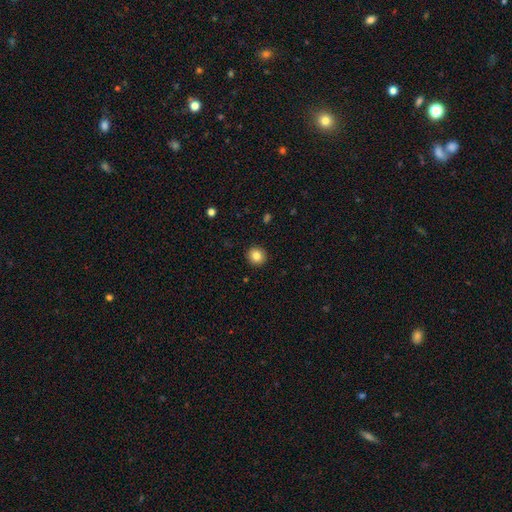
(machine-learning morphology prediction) Q: Smooth or featured?
A: smooth (84%); runner-up: star or artifact (10%)
Q: How rounded?
A: round (93%); runner-up: in between (6%)
Q: Merging?
A: none (93%); runner-up: minor disturbance (5%)